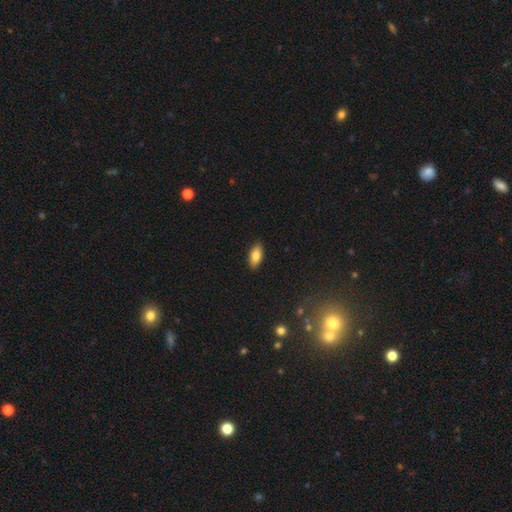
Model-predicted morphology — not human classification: smooth-or-featured: smooth: 83% | featured or disk: 10% | star or artifact: 7%
  how-rounded: in between: 90% | cigar-shaped: 8% | round: 3%
  merging: none: 89% | minor disturbance: 8% | major disturbance: 2% | merger: 1%